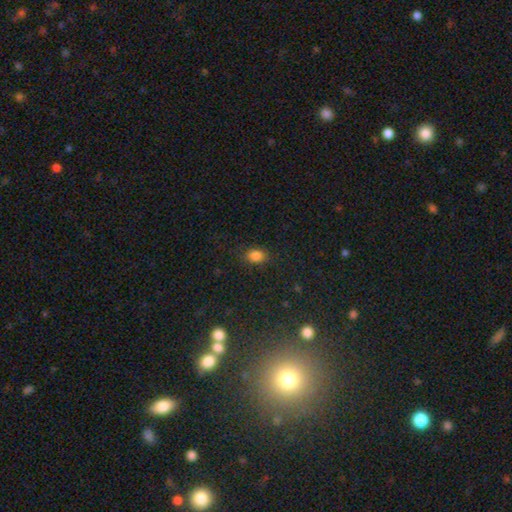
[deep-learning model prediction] This appears to be a smooth galaxy with no disk features (82%) that is in between round and cigar-shaped (63%). Merging: none (82%).